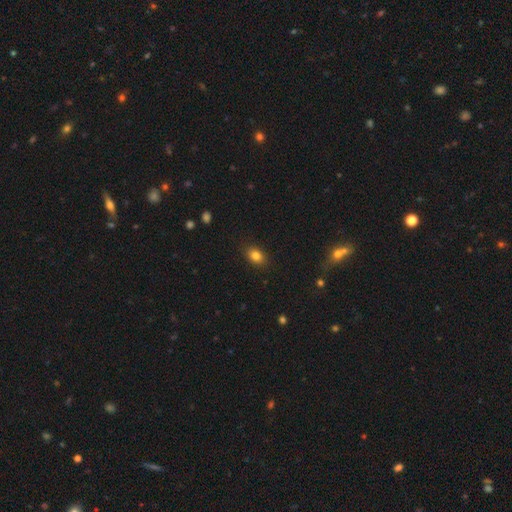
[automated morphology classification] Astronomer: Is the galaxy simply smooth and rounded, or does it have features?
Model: smooth — 83%.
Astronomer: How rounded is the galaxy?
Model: in between — 74%.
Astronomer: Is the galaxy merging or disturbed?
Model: none — 87%.